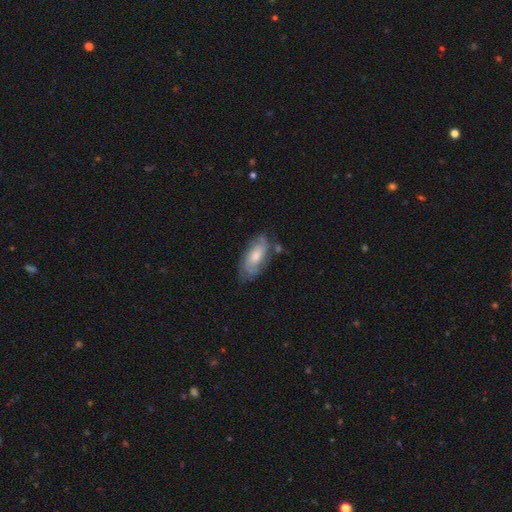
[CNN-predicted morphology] A featured or disk galaxy (53%). Merging: none (62%).